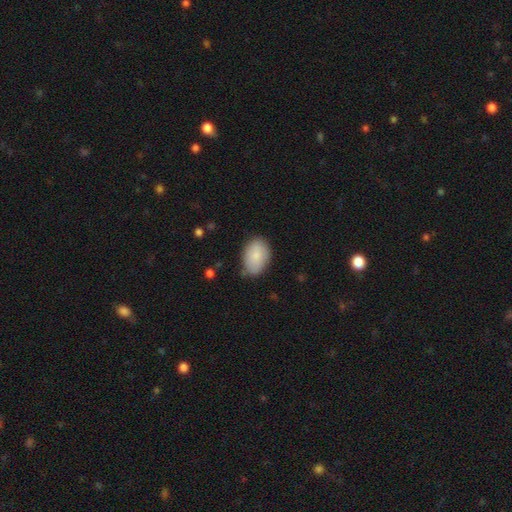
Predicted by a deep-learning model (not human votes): Smooth or featured?
  - smooth: 85% *
  - featured or disk: 9%
  - star or artifact: 6%
How rounded?
  - in between: 86% *
  - round: 13%
  - cigar-shaped: 1%
Merging?
  - none: 72% *
  - minor disturbance: 22%
  - major disturbance: 4%
  - merger: 2%